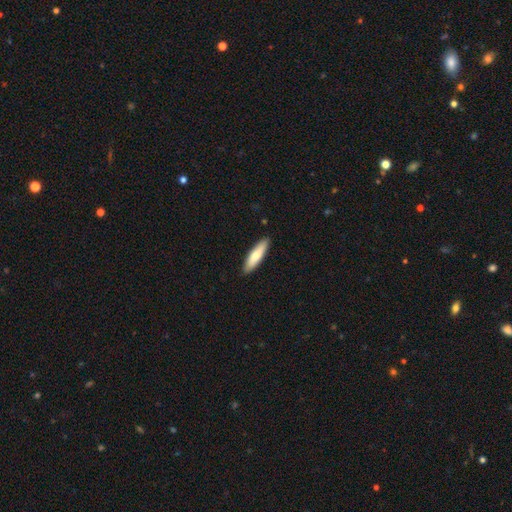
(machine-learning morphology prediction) smooth-or-featured: smooth: 75% | featured or disk: 20% | star or artifact: 5%
  how-rounded: cigar-shaped: 69% | in between: 30% | round: 1%
  merging: none: 89% | minor disturbance: 8% | major disturbance: 1% | merger: 1%